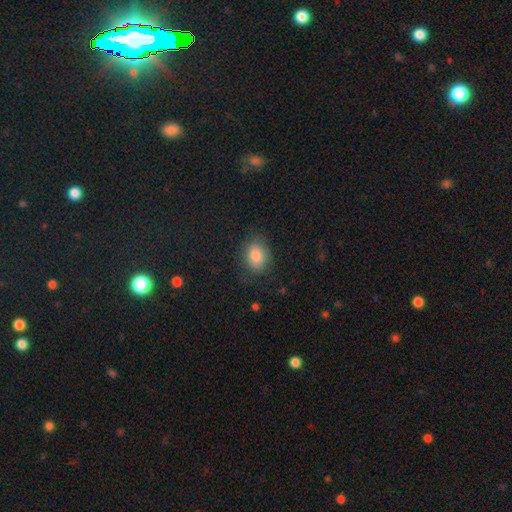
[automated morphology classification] Overall: smooth (84%). How rounded: in between (71%). Merging: none (80%).